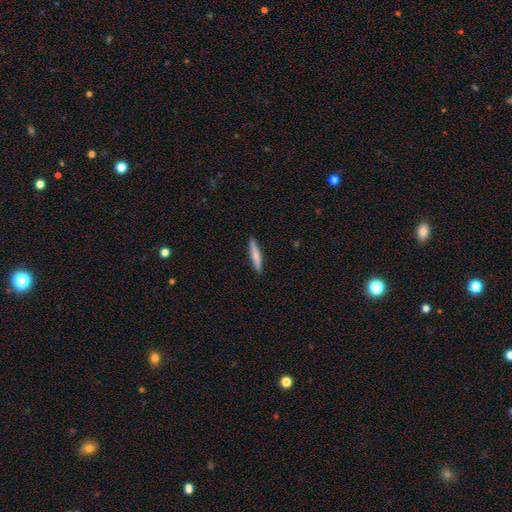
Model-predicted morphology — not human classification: Q: Smooth or featured?
A: smooth (71%); runner-up: featured or disk (23%)
Q: How rounded?
A: cigar-shaped (92%); runner-up: in between (7%)
Q: Merging?
A: none (91%); runner-up: minor disturbance (7%)